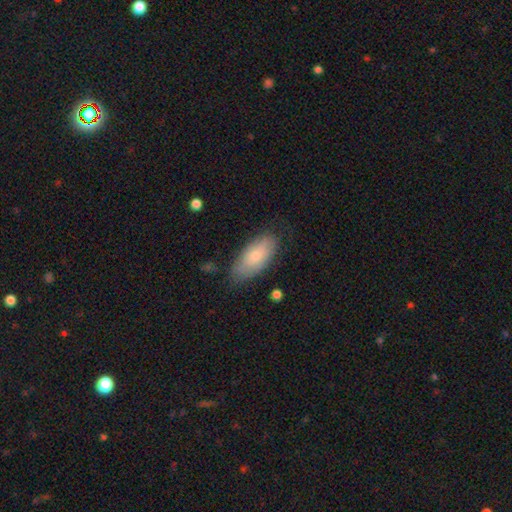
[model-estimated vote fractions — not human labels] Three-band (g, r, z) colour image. It shows a smooth galaxy with no disk features (75%) that is in between round and cigar-shaped (88%). Merging: none (72%).